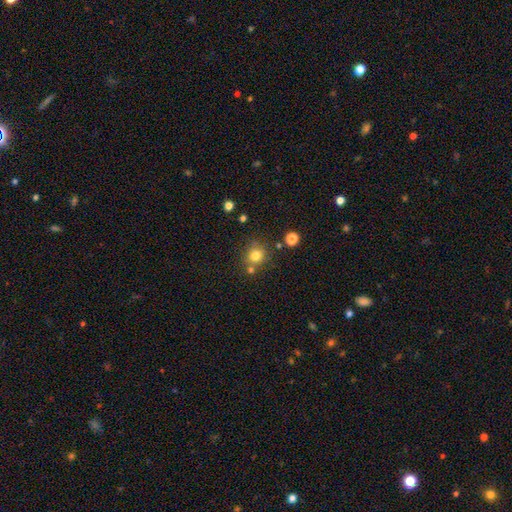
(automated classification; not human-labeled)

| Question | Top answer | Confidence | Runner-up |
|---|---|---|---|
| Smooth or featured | smooth | 78% | star or artifact (14%) |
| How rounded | round | 87% | in between (12%) |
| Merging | none | 71% | merger (13%) |